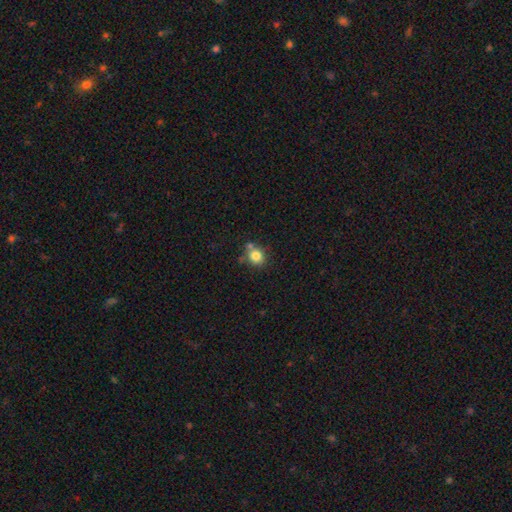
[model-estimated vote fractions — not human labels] Morphology: type=smooth (81%); roundness=round (78%); merging=none (64%).